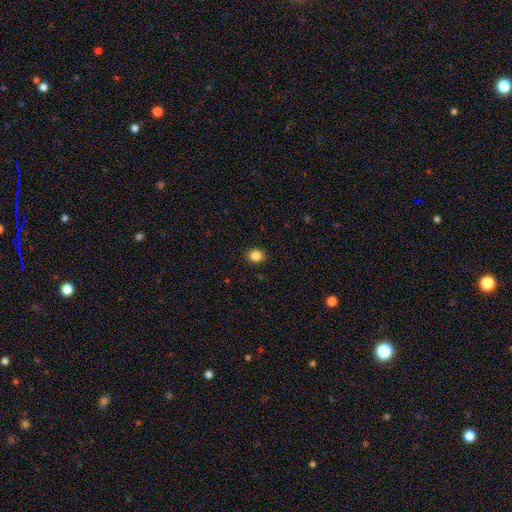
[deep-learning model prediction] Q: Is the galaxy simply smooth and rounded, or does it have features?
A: smooth — 86%.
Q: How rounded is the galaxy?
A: round — 68%.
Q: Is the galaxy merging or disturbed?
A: none — 91%.